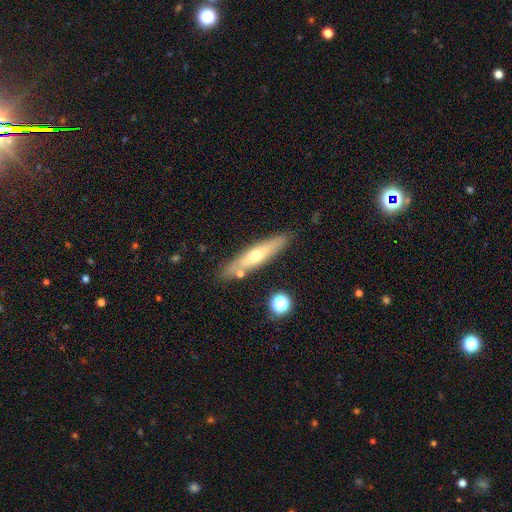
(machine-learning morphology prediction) This appears to be a featured or disk galaxy (51%) viewed edge-on (78%). Merging: none (82%).